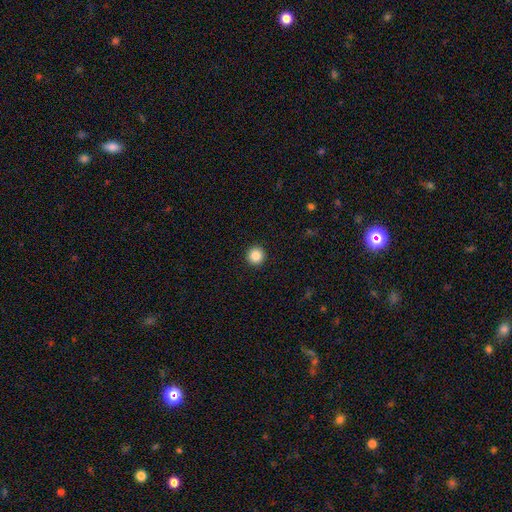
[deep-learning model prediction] smooth 86%, star or artifact 10%, featured or disk 4%. Down the decision tree: how rounded — round (95%); merging — none (94%).